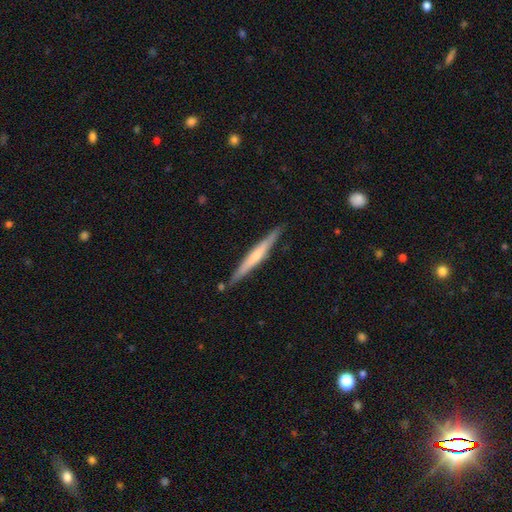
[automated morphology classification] type=featured or disk (55%); edge-on=yes (97%); edge-on bulge=none (47%); merging=none (87%).